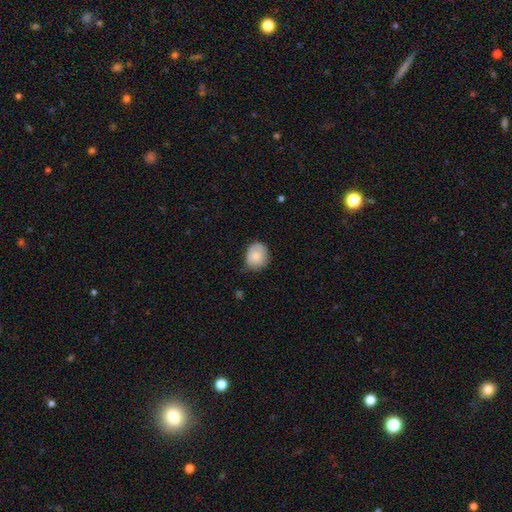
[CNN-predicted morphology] Smooth or featured?
  - smooth: 82% *
  - featured or disk: 10%
  - star or artifact: 7%
How rounded?
  - round: 68% *
  - in between: 31%
  - cigar-shaped: 1%
Merging?
  - none: 63% *
  - minor disturbance: 30%
  - major disturbance: 5%
  - merger: 1%